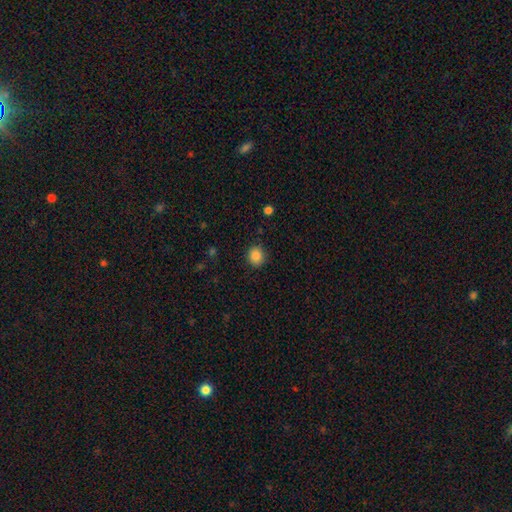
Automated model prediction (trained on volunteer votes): Smooth or featured? smooth (87%)
How rounded? round (82%)
Merging? none (88%)